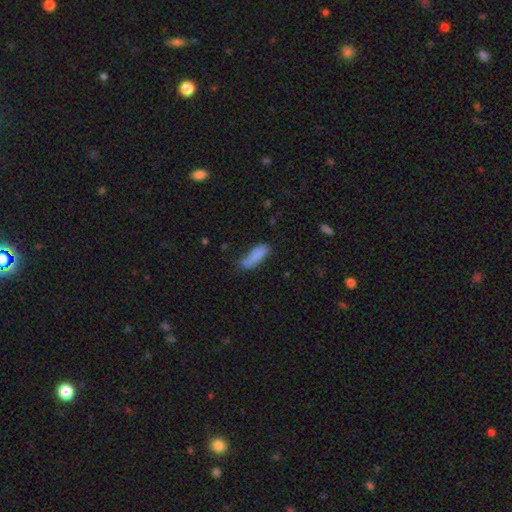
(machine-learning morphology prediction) Overall: smooth (82%). How rounded: cigar-shaped (56%; in between 42%). Merging: none (55%; minor disturbance 29%).